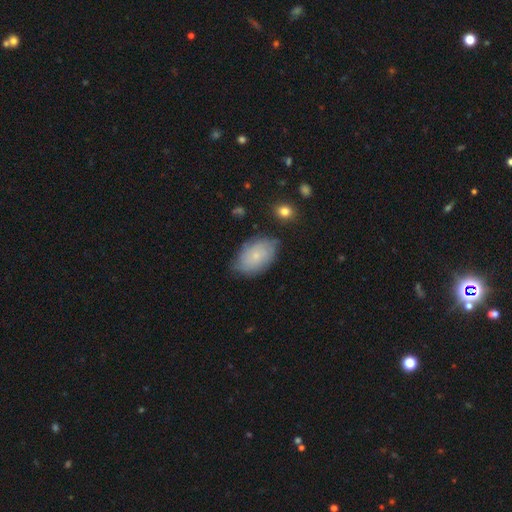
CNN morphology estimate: This is possibly a smooth galaxy (55%). How rounded: clearly in between (89%). Merging: likely none (72%).